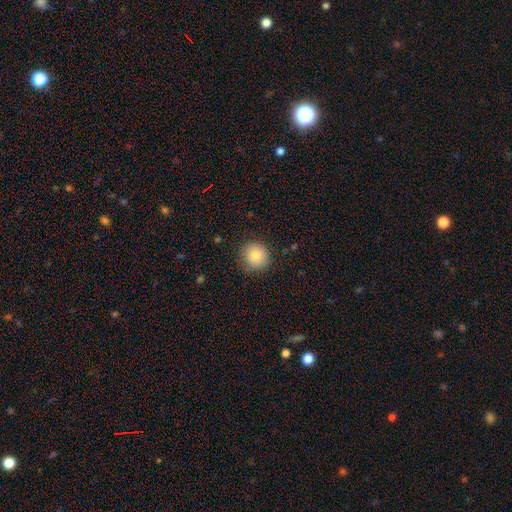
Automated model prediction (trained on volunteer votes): Smooth or featured?
  - smooth: 82% *
  - star or artifact: 10%
  - featured or disk: 8%
How rounded?
  - round: 93% *
  - in between: 6%
  - cigar-shaped: 1%
Merging?
  - none: 87% *
  - minor disturbance: 10%
  - major disturbance: 3%
  - merger: 1%